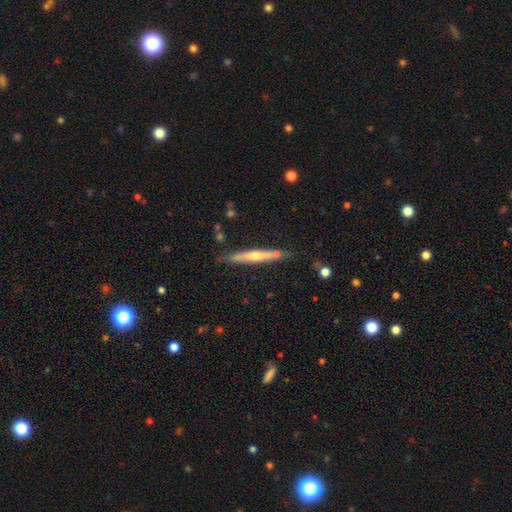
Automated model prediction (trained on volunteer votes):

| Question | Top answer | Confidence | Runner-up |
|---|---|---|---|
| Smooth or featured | featured or disk | 62% | smooth (32%) |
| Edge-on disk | yes | 95% | no (5%) |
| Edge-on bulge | rounded | 76% | none (20%) |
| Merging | none | 81% | minor disturbance (13%) |